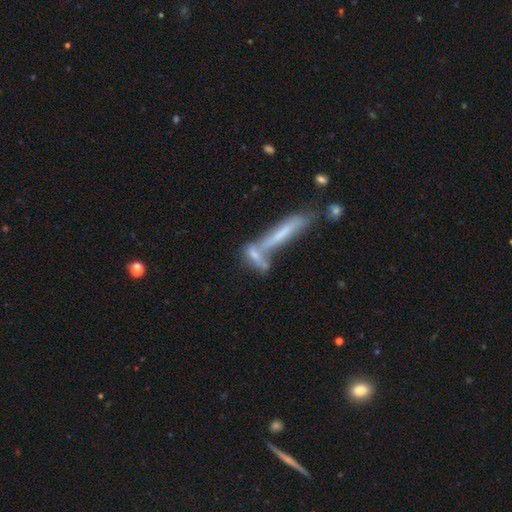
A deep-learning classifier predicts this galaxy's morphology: This is possibly a smooth galaxy (54%). How rounded: likely cigar-shaped (70%). Merging: possibly merger (53%).